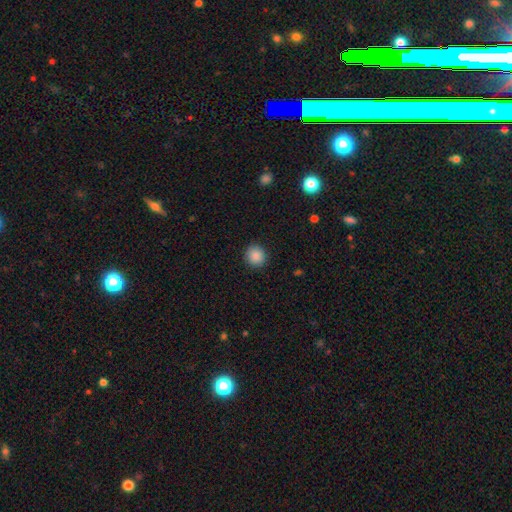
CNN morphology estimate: type=smooth (88%); roundness=round (91%); merging=none (91%).